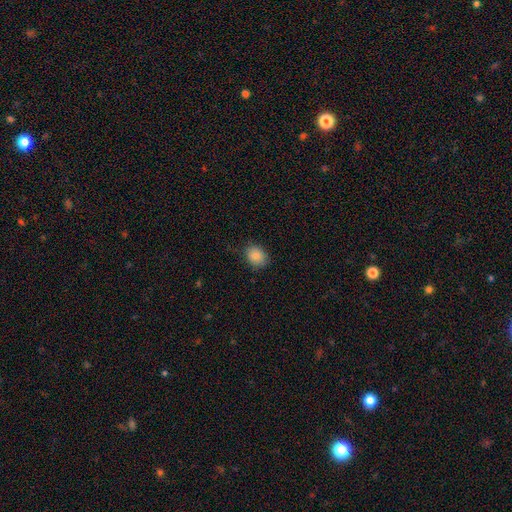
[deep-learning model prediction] Q: Smooth or featured?
A: smooth (86%); runner-up: star or artifact (8%)
Q: How rounded?
A: round (50%); runner-up: in between (49%)
Q: Merging?
A: none (81%); runner-up: minor disturbance (15%)